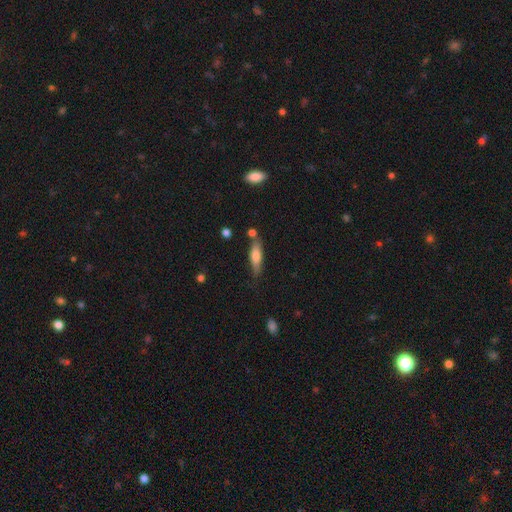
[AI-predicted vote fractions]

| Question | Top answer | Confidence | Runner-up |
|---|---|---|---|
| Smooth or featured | smooth | 65% | featured or disk (28%) |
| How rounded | cigar-shaped | 61% | in between (37%) |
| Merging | none | 70% | minor disturbance (17%) |